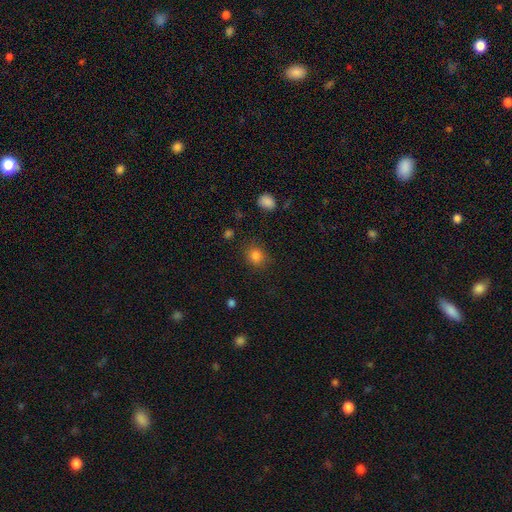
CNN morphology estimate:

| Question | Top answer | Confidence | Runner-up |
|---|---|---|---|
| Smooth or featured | smooth | 83% | star or artifact (12%) |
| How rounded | round | 75% | in between (24%) |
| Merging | none | 82% | minor disturbance (12%) |